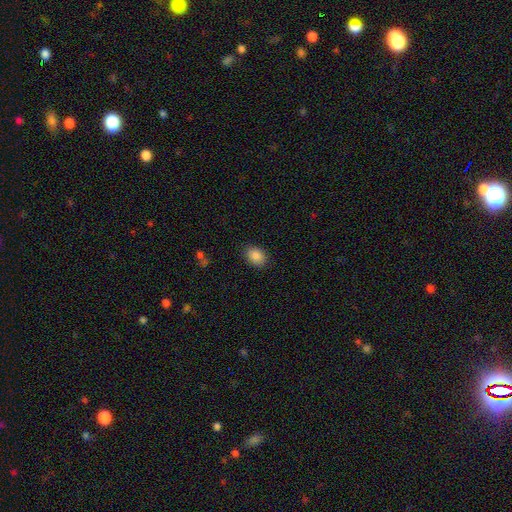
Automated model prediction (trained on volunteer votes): Q: Smooth or featured?
A: smooth (87%); runner-up: star or artifact (9%)
Q: How rounded?
A: in between (69%); runner-up: round (30%)
Q: Merging?
A: none (87%); runner-up: minor disturbance (10%)